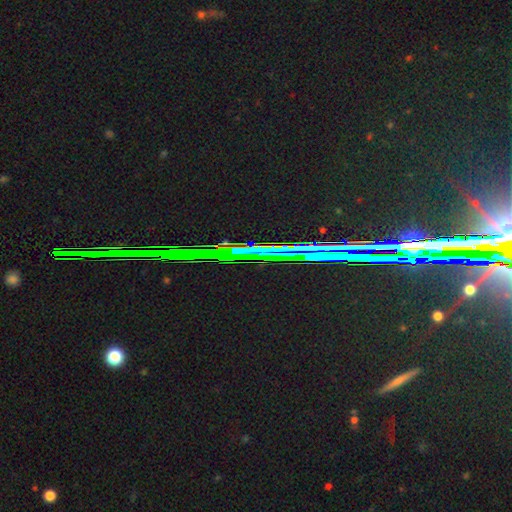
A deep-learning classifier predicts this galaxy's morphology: type=star or artifact (85%).